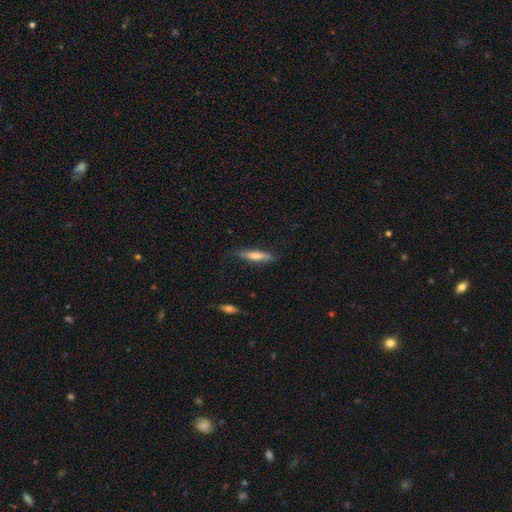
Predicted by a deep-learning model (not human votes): Smooth or featured? Predicted: smooth (p=0.59). How rounded? Predicted: cigar-shaped (p=0.83). Merging? Predicted: none (p=0.78).